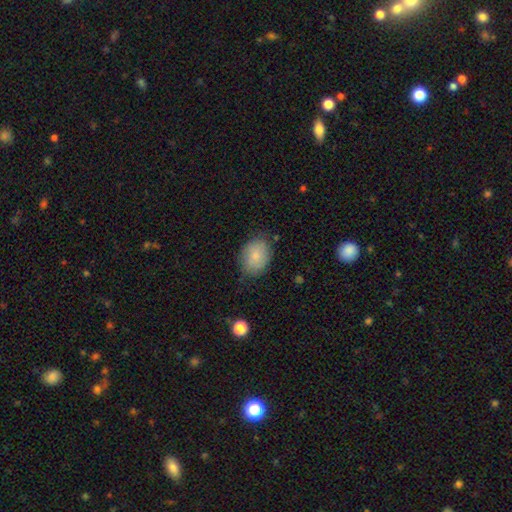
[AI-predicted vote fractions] Morphology: type=smooth (82%); roundness=in between (65%); merging=none (73%).